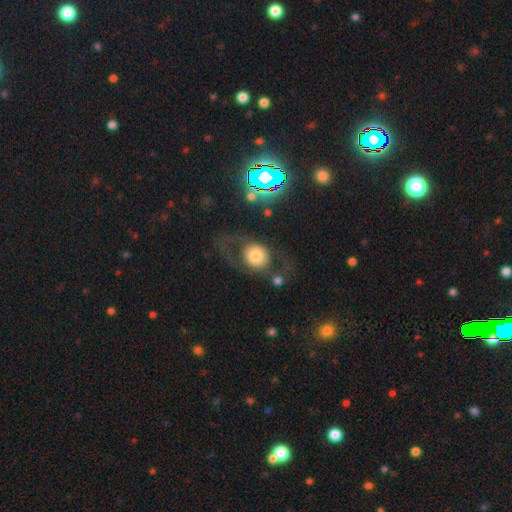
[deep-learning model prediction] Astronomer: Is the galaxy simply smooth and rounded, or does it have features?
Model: smooth — 55% (runner-up: featured or disk, 36%).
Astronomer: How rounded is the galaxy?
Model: round — 59% (runner-up: in between, 39%).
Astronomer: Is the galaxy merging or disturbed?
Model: none — 56%.